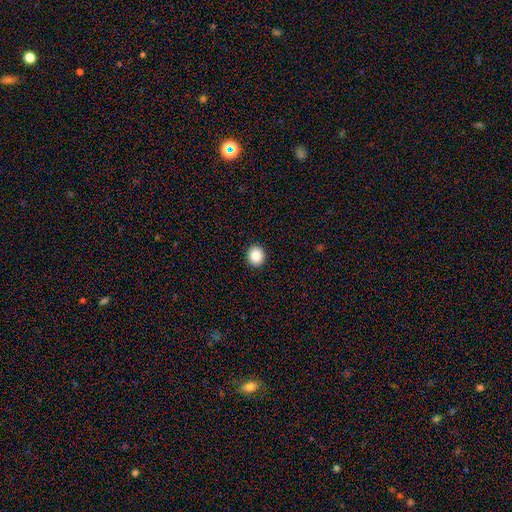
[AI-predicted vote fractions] smooth 87%, star or artifact 9%, featured or disk 4%. Down the decision tree: how rounded — round (82%); merging — none (93%).